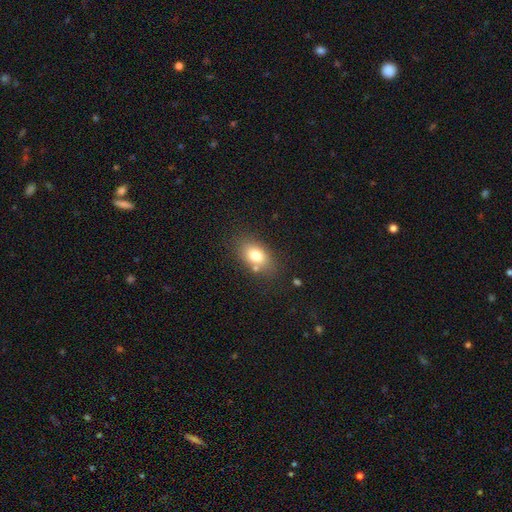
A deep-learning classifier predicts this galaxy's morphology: type=smooth (76%); roundness=in between (82%); merging=none (73%).